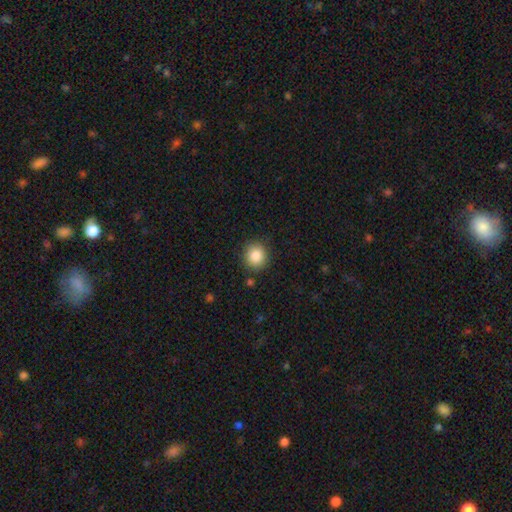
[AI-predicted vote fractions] smooth-or-featured: smooth: 86% | star or artifact: 9% | featured or disk: 5%
  how-rounded: round: 87% | in between: 12% | cigar-shaped: 1%
  merging: none: 87% | minor disturbance: 9% | major disturbance: 2% | merger: 2%